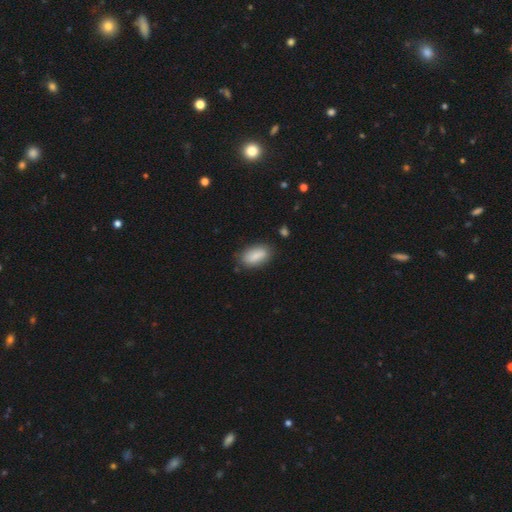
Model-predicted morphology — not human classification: Smooth or featured: smooth — 87% (featured or disk — 7%)
How rounded: in between — 89% (cigar-shaped — 8%)
Merging: none — 80% (minor disturbance — 14%)